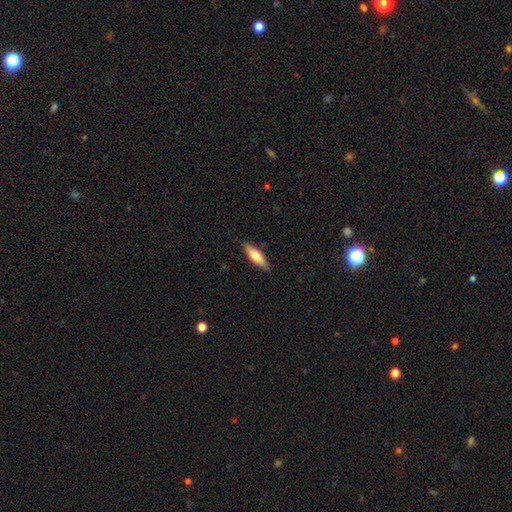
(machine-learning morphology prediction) Smooth or featured: smooth — 63% (featured or disk — 31%)
How rounded: cigar-shaped — 56% (in between — 42%)
Merging: none — 86% (minor disturbance — 10%)